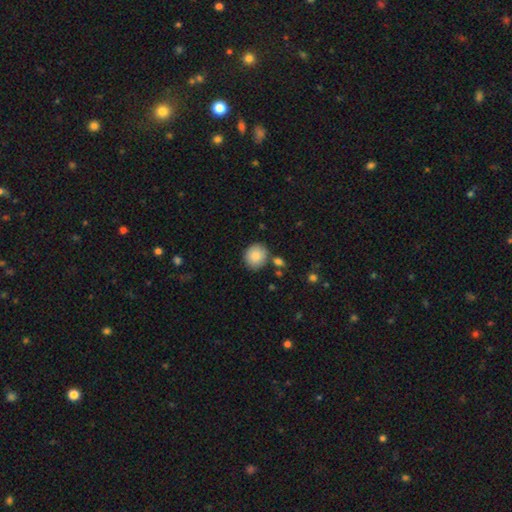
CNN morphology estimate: Smooth or featured: smooth — 87% (star or artifact — 7%)
How rounded: round — 81% (in between — 18%)
Merging: none — 78% (minor disturbance — 12%)